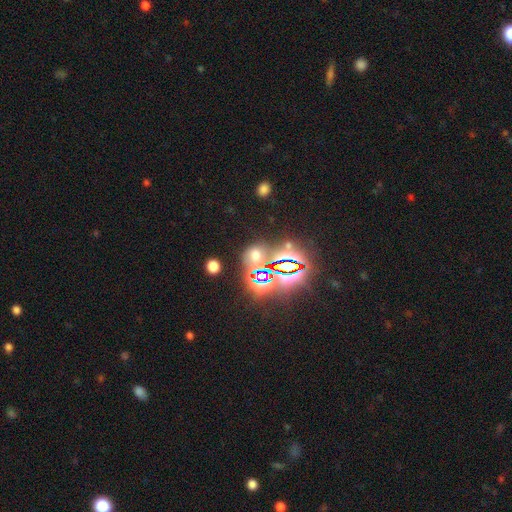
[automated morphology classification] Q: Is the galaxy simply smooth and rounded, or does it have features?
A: star or artifact — 52%.